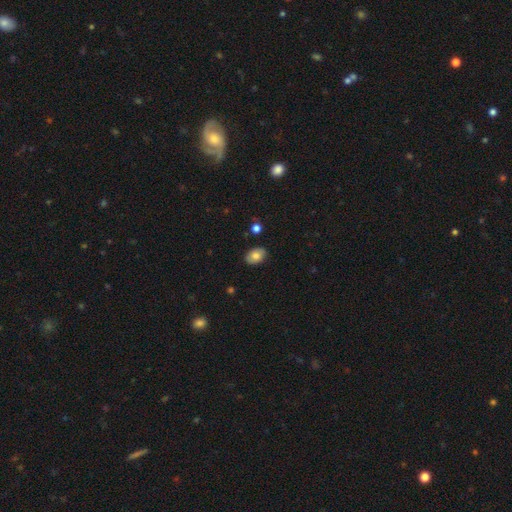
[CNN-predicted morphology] Smooth or featured?
  - smooth: 78% *
  - featured or disk: 15%
  - star or artifact: 8%
How rounded?
  - in between: 85% *
  - round: 14%
  - cigar-shaped: 1%
Merging?
  - none: 87% *
  - minor disturbance: 9%
  - major disturbance: 2%
  - merger: 2%